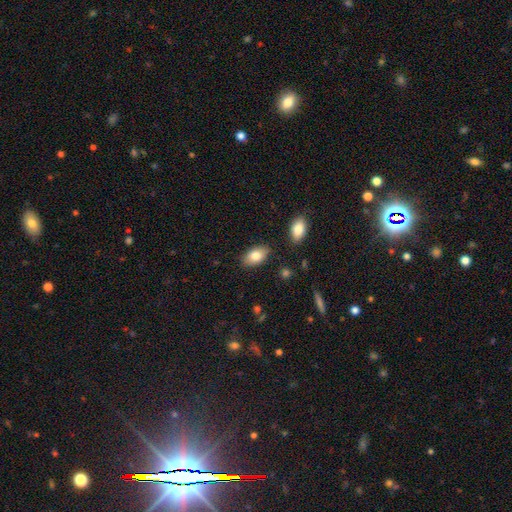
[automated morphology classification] smooth_or_featured: smooth (p=0.82) [alt: featured or disk p=0.11]
how_rounded: in between (p=0.93) [alt: round p=0.05]
merging: none (p=0.84) [alt: minor disturbance p=0.11]